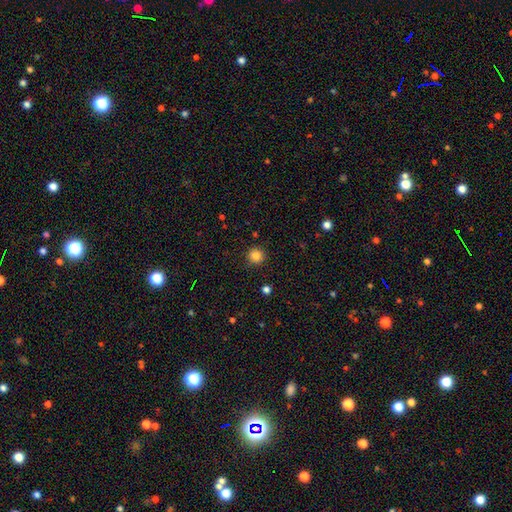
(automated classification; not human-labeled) Smooth or featured? smooth (85%)
How rounded? round (94%)
Merging? none (90%)